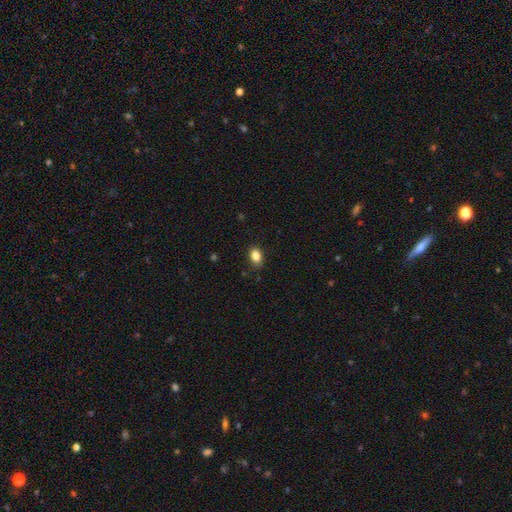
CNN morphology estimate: Smooth or featured?
  - smooth: 85% *
  - star or artifact: 9%
  - featured or disk: 5%
How rounded?
  - in between: 83% *
  - round: 15%
  - cigar-shaped: 2%
Merging?
  - none: 84% *
  - minor disturbance: 12%
  - major disturbance: 2%
  - merger: 1%